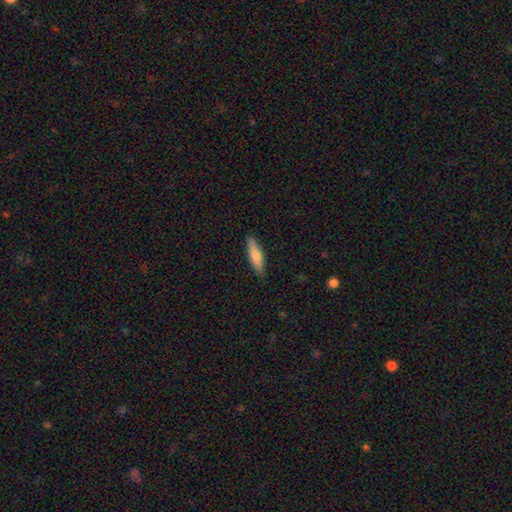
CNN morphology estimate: This appears to be a smooth galaxy with no disk features (77%) that is cigar-shaped (67%). Merging: none (86%).